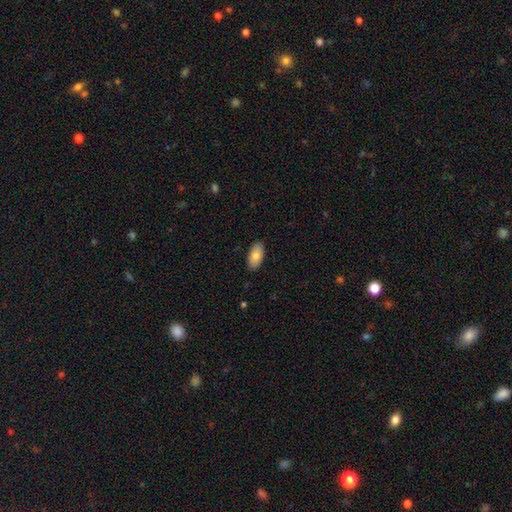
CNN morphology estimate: Smooth or featured: smooth — 83% (featured or disk — 11%)
How rounded: in between — 94% (cigar-shaped — 3%)
Merging: none — 88% (minor disturbance — 9%)